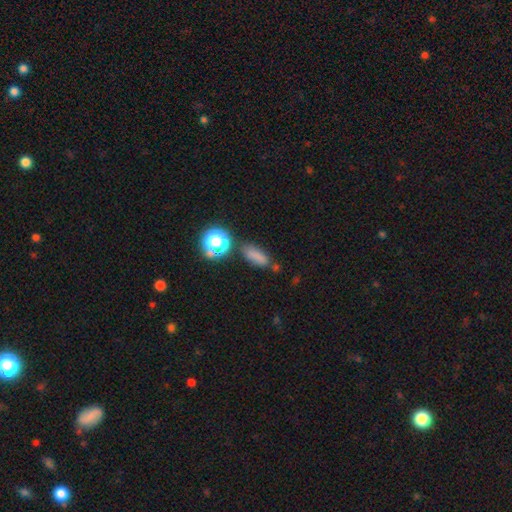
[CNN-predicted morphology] The model was most divided on "how rounded": in between: 60%, cigar-shaped: 25%, round: 15%. More confident: smooth or featured — smooth (71%); merging — none (67%).